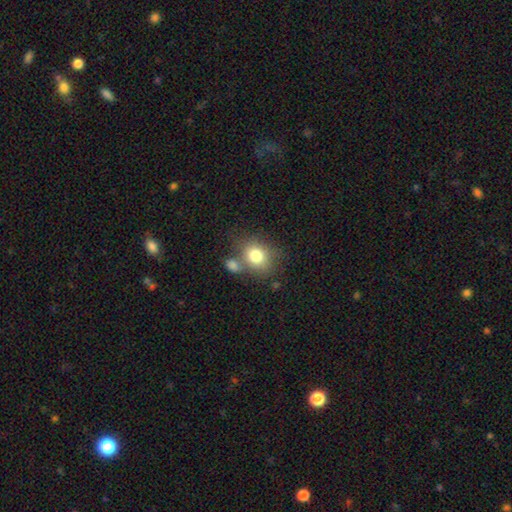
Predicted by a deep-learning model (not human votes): Q: Smooth or featured?
A: smooth (77%); runner-up: featured or disk (13%)
Q: How rounded?
A: round (60%); runner-up: in between (39%)
Q: Merging?
A: none (54%); runner-up: merger (25%)